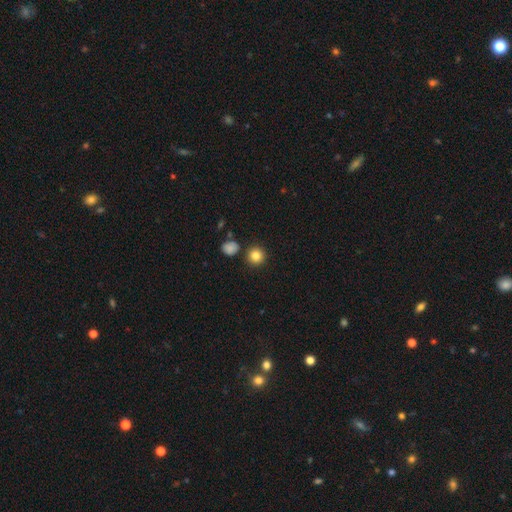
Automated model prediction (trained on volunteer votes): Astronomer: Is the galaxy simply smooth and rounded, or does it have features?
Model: smooth — 84%.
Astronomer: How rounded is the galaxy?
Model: round — 92%.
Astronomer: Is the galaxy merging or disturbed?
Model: none — 86%.